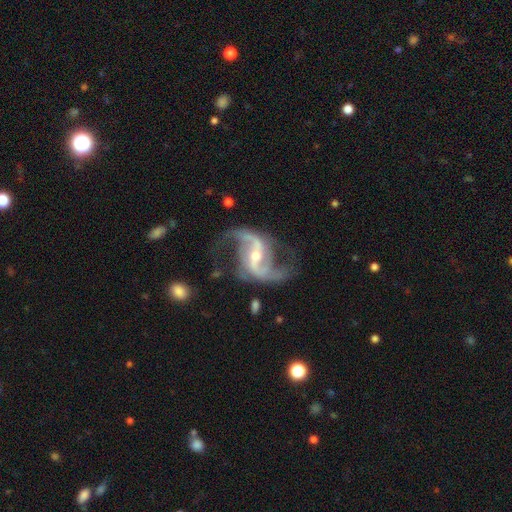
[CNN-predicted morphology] Q: Smooth or featured?
A: featured or disk (93%); runner-up: star or artifact (5%)
Q: Edge-on disk?
A: no (98%); runner-up: yes (2%)
Q: Bar?
A: strong (48%); runner-up: weak (35%)
Q: Spiral arms?
A: yes (98%); runner-up: no (2%)
Q: Spiral winding?
A: loose (65%); runner-up: medium (30%)
Q: Spiral arm count?
A: 2 (93%); runner-up: can't tell (2%)
Q: Bulge size?
A: small (54%); runner-up: moderate (42%)
Q: Merging?
A: none (73%); runner-up: minor disturbance (15%)